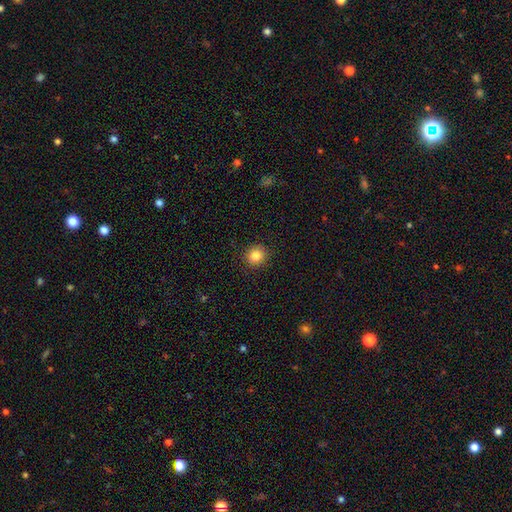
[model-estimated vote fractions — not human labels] This appears to be a smooth galaxy with no disk features (84%) that is round (90%). Merging: none (91%).